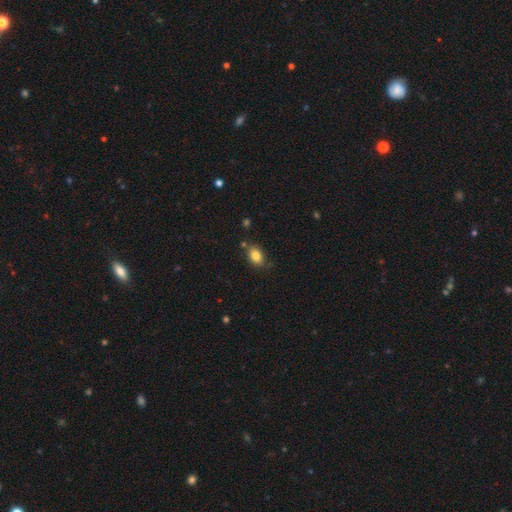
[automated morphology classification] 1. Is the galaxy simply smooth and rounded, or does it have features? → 83% smooth, 9% star or artifact, 8% featured or disk.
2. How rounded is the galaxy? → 83% in between, 15% round, 2% cigar-shaped.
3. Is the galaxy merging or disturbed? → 74% none, 18% minor disturbance, 5% merger, 4% major disturbance.